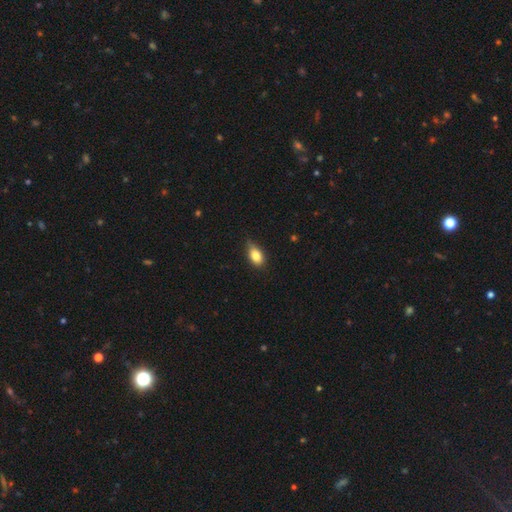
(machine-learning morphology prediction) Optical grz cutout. It shows a smooth galaxy with no disk features (82%) that is in between round and cigar-shaped (86%). Merging: none (61%).